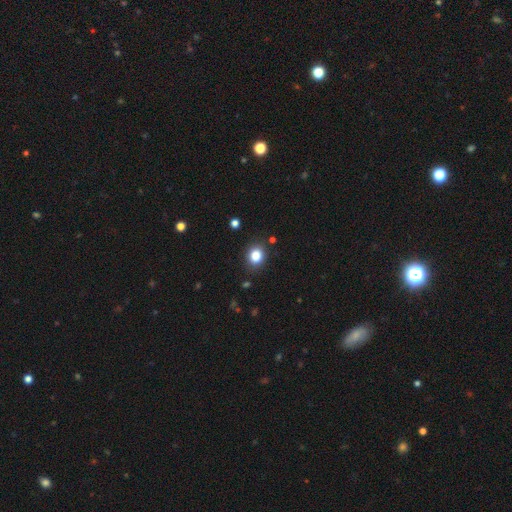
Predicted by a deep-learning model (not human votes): This is clearly a smooth galaxy (84%). How rounded: likely round (62%). Merging: clearly none (86%).